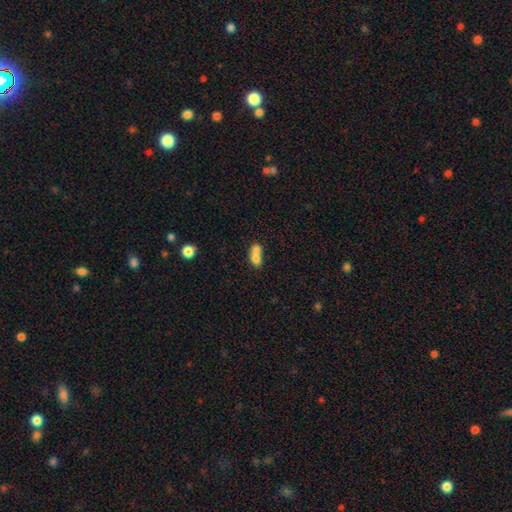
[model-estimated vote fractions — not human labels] Morphology: type=smooth (70%); roundness=in between (63%); merging=merger (70%).